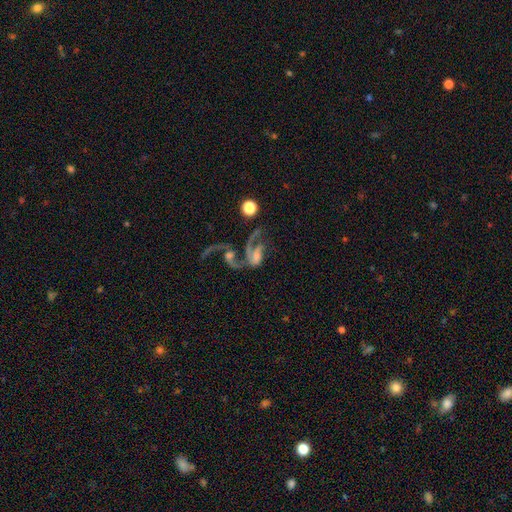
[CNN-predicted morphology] A featured or disk galaxy (71%) with no bar (54%), 2 (50%) loose (64%) spiral arms (84%) and a moderate central bulge (36%). Merging: merger (50%).